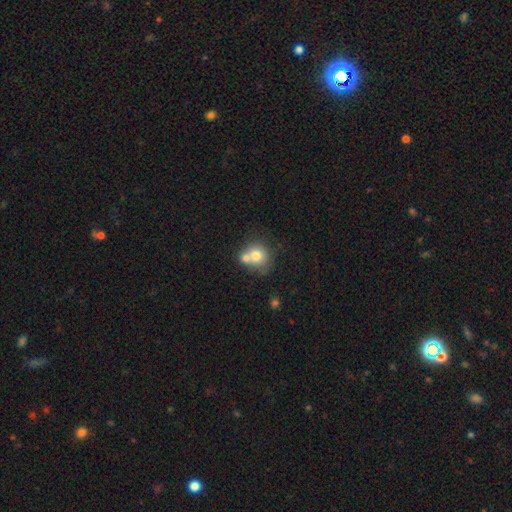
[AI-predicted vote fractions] Smooth or featured? smooth (71%)
How rounded? round (79%)
Merging? merger (50%)